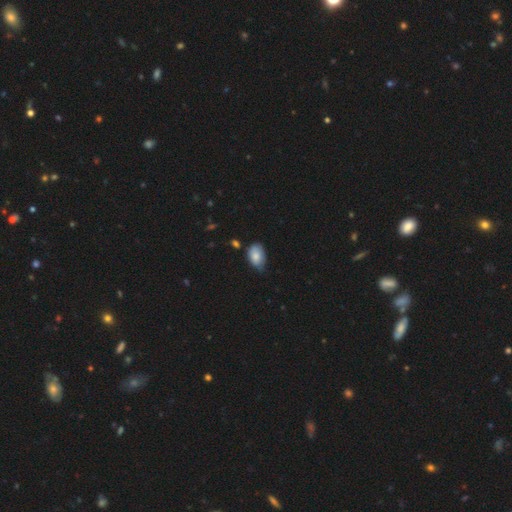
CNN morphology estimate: Smooth or featured?
  - smooth: 81% *
  - featured or disk: 12%
  - star or artifact: 7%
How rounded?
  - in between: 89% *
  - round: 9%
  - cigar-shaped: 1%
Merging?
  - none: 46% *
  - minor disturbance: 44%
  - major disturbance: 7%
  - merger: 3%